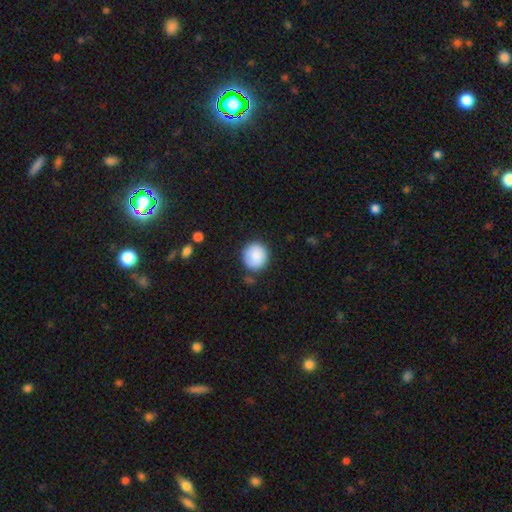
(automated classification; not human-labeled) smooth 88%, star or artifact 7%, featured or disk 5%. Down the decision tree: how rounded — round (89%); merging — none (82%).